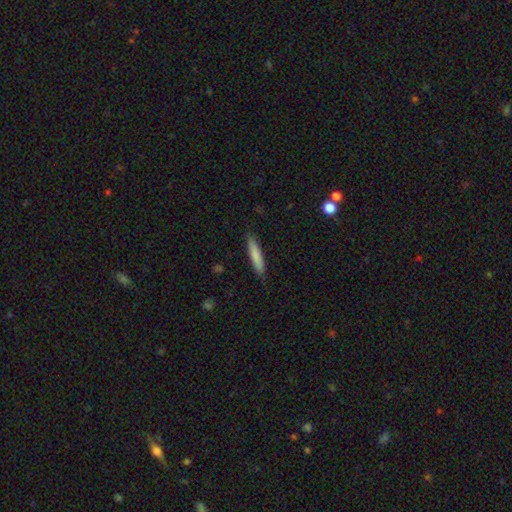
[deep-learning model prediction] A smooth galaxy with no disk features (80%) that is cigar-shaped (89%). Merging: none (87%).